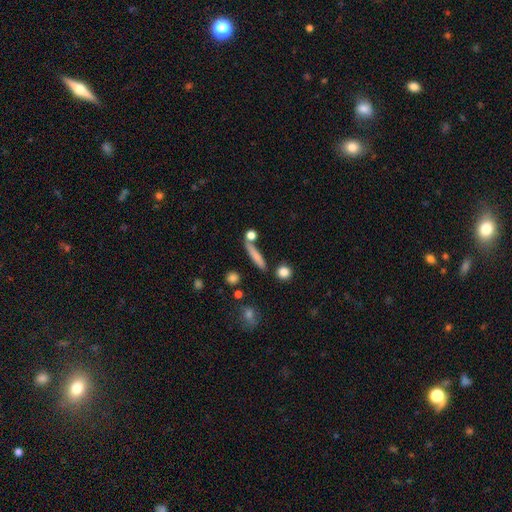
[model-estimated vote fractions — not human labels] Morphology: type=smooth (71%); roundness=cigar-shaped (84%); merging=none (71%).